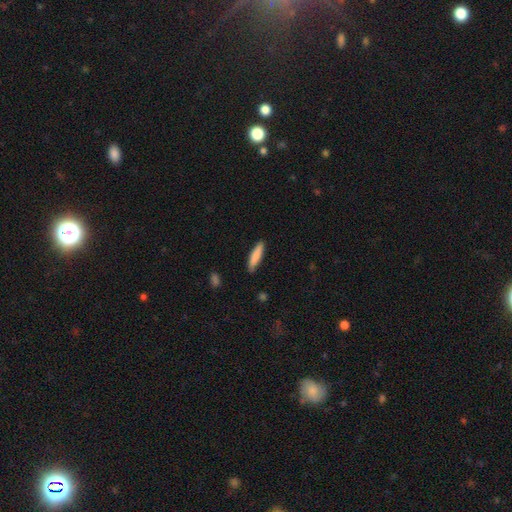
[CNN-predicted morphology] smooth-or-featured: smooth: 83% | featured or disk: 11% | star or artifact: 6%
  how-rounded: cigar-shaped: 81% | in between: 17% | round: 1%
  merging: none: 86% | minor disturbance: 11% | major disturbance: 2% | merger: 1%